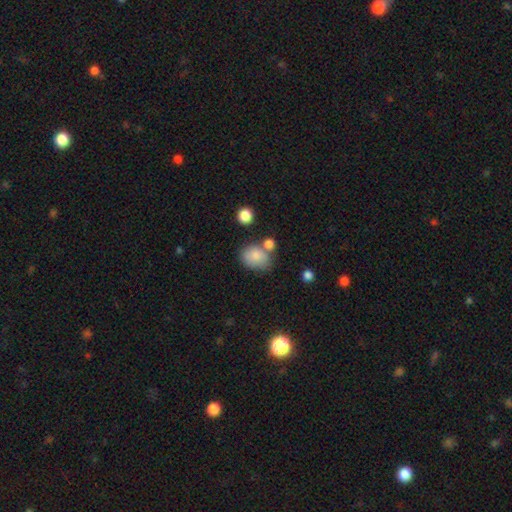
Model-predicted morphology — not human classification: smooth-or-featured: smooth: 82% | featured or disk: 9% | star or artifact: 9%
  how-rounded: in between: 56% | round: 43% | cigar-shaped: 1%
  merging: none: 53% | merger: 21% | minor disturbance: 19% | major disturbance: 7%